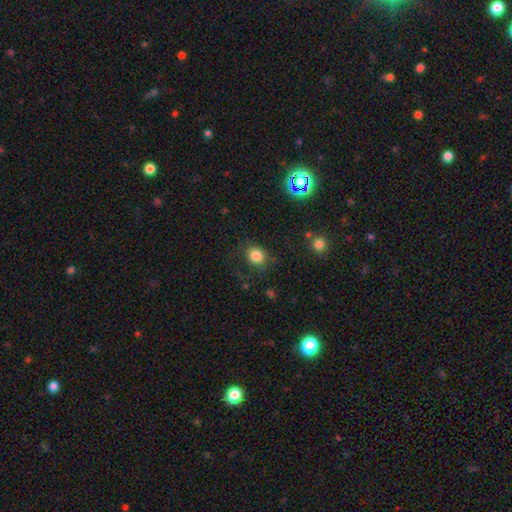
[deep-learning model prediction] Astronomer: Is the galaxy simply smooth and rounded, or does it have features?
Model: smooth — 83%.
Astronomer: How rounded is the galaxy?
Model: round — 72%.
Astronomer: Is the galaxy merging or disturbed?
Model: none — 76%.